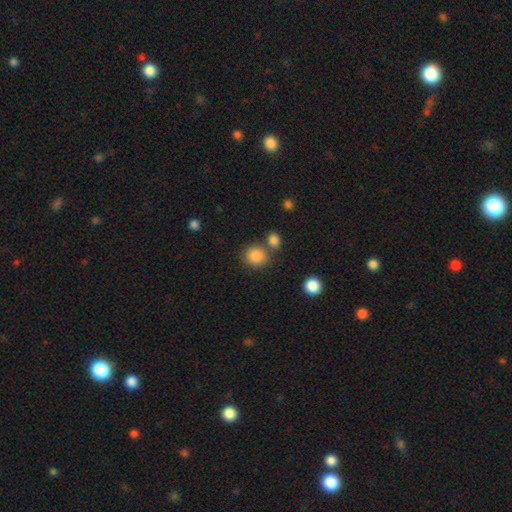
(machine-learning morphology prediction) This appears to be a smooth galaxy with no disk features (86%) that is round (78%). Merging: none (68%).